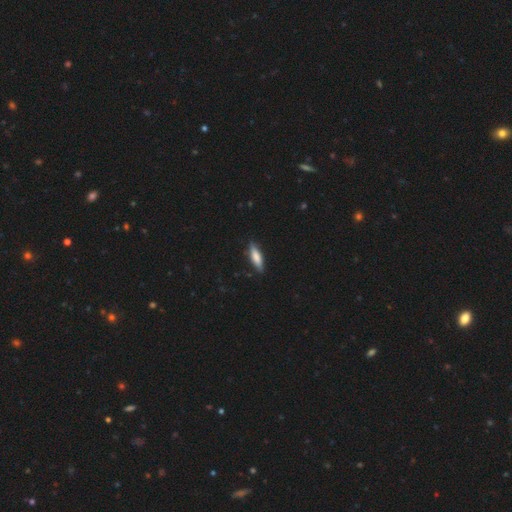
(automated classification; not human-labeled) smooth_or_featured: smooth (p=0.73) [alt: featured or disk p=0.21]
how_rounded: cigar-shaped (p=0.61) [alt: in between p=0.37]
merging: none (p=0.84) [alt: minor disturbance p=0.12]